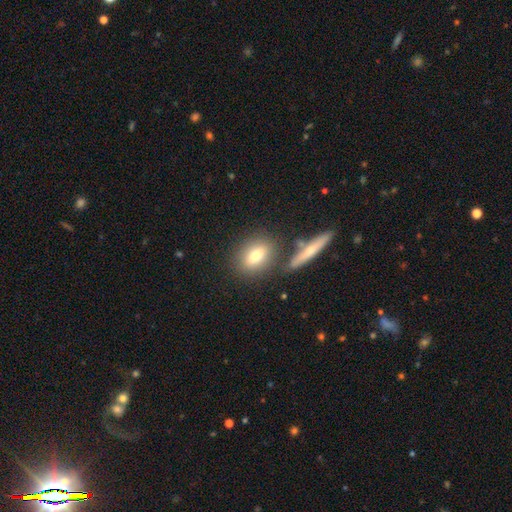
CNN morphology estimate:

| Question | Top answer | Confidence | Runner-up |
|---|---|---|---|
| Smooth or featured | smooth | 74% | featured or disk (18%) |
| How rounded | in between | 67% | round (25%) |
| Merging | none | 73% | merger (13%) |